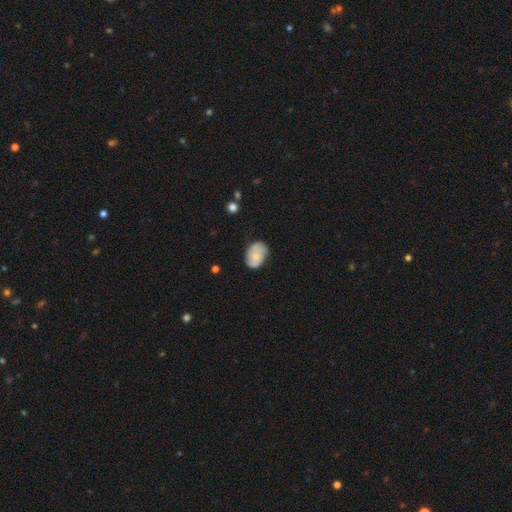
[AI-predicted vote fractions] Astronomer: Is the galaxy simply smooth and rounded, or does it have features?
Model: smooth — 59%.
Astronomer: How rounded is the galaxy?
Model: in between — 81%.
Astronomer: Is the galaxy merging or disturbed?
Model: none — 61%.